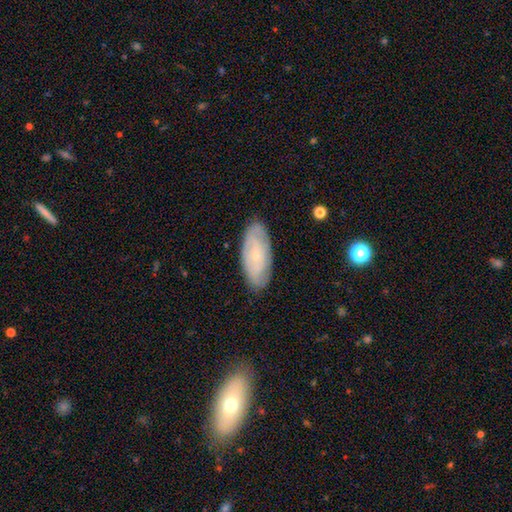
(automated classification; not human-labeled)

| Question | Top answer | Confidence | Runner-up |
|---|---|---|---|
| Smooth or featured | featured or disk | 60% | smooth (33%) |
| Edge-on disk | no | 90% | yes (10%) |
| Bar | no | 74% | weak (21%) |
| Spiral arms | yes | 78% | no (22%) |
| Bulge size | small | 82% | moderate (12%) |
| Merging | none | 82% | minor disturbance (14%) |